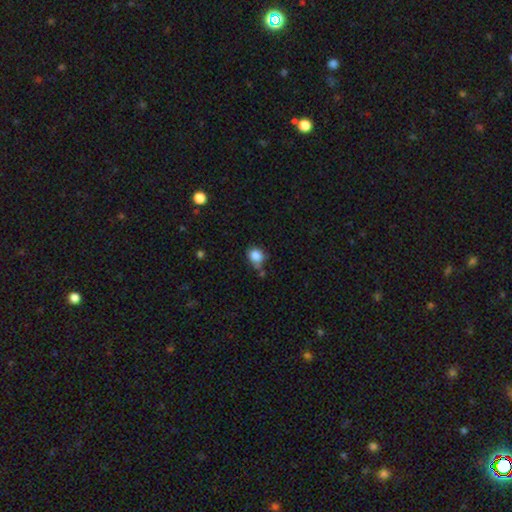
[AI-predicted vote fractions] Smooth or featured? smooth (85%)
How rounded? round (69%)
Merging? none (56%)